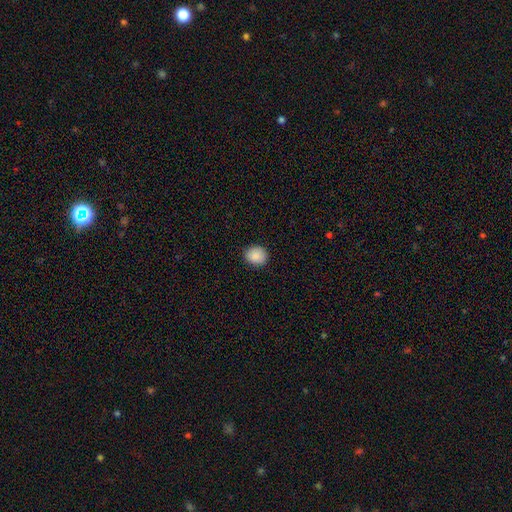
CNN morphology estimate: smooth 88%, star or artifact 8%, featured or disk 4%. Down the decision tree: how rounded — round (66%); merging — none (88%).